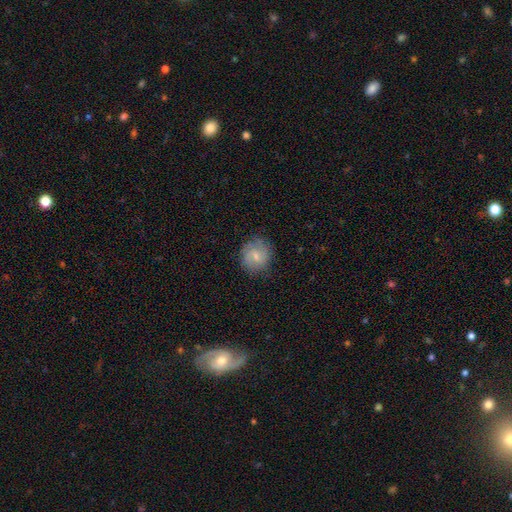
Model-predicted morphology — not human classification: Smooth or featured? smooth (56%)
How rounded? round (80%)
Merging? none (76%)